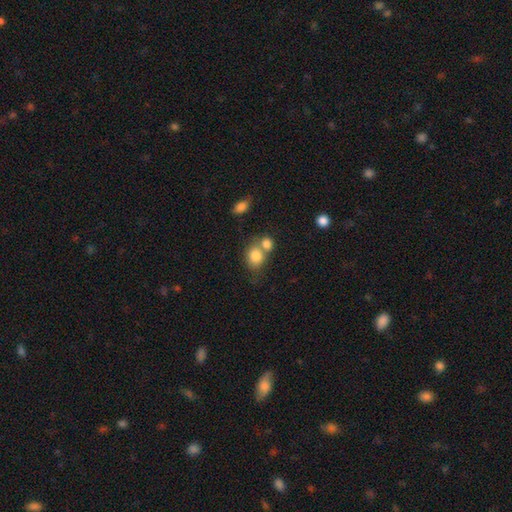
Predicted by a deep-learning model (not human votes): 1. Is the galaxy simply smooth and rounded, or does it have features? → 81% smooth, 10% featured or disk, 9% star or artifact.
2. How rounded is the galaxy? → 59% round, 39% in between, 1% cigar-shaped.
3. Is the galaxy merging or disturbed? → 49% merger, 36% none, 10% minor disturbance, 4% major disturbance.